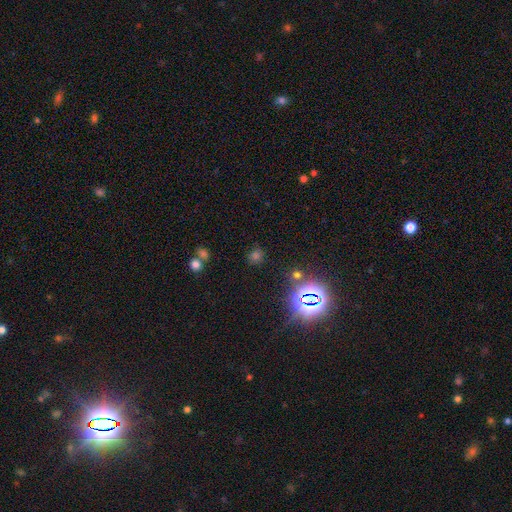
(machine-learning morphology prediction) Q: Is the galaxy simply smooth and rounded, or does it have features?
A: star or artifact — 50%.